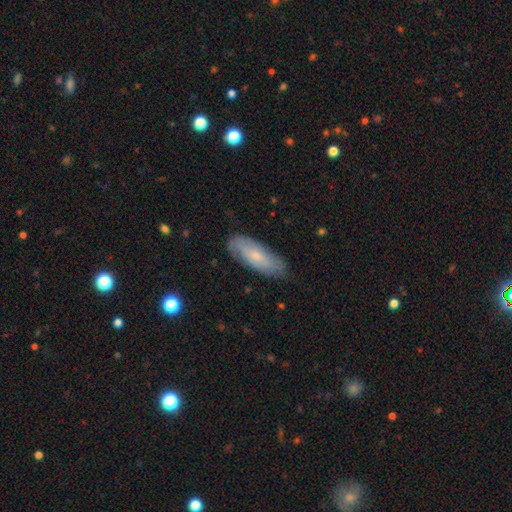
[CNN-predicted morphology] Overall: smooth (56%; featured or disk 38%). How rounded: in between (64%; cigar-shaped 34%). Merging: none (80%).